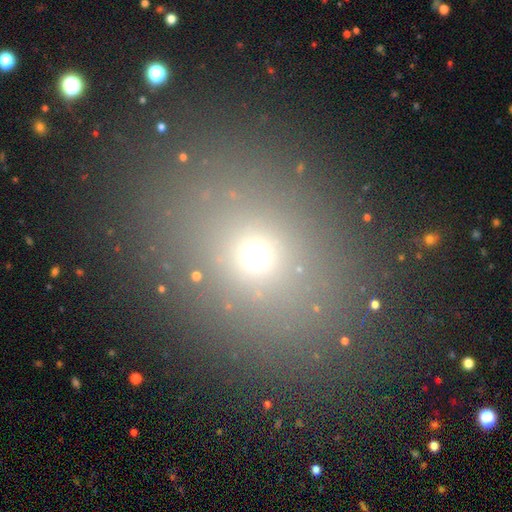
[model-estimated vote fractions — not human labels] A smooth galaxy with no disk features (62%) that is round (62%). Merging: none (77%).